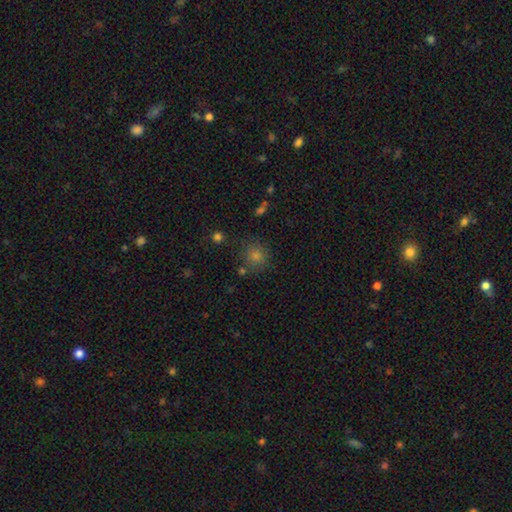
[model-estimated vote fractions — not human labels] Smooth or featured?
  - smooth: 70% *
  - star or artifact: 23%
  - featured or disk: 7%
How rounded?
  - round: 89% *
  - in between: 10%
  - cigar-shaped: 1%
Merging?
  - none: 80% *
  - minor disturbance: 11%
  - merger: 5%
  - major disturbance: 4%